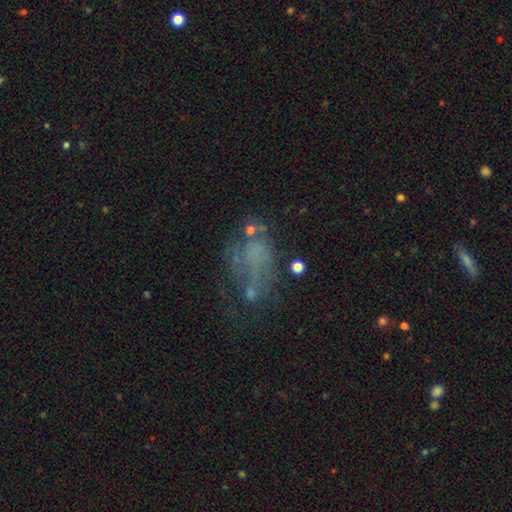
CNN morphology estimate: featured or disk 43%, smooth 34%, star or artifact 23%. Down the decision tree: merging — major disturbance (39%).